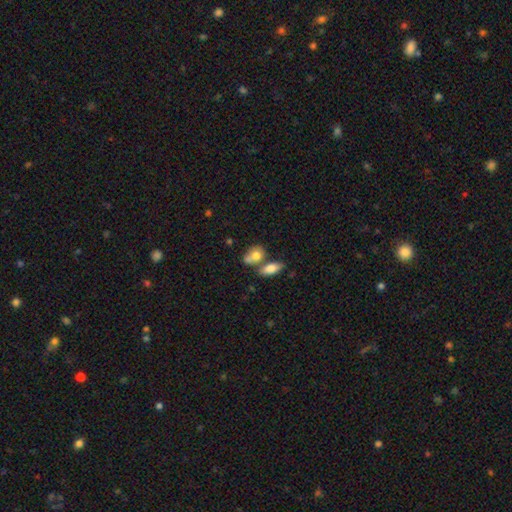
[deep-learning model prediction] Q: Smooth or featured?
A: smooth (76%); runner-up: featured or disk (16%)
Q: How rounded?
A: in between (71%); runner-up: round (26%)
Q: Merging?
A: merger (48%); runner-up: none (35%)